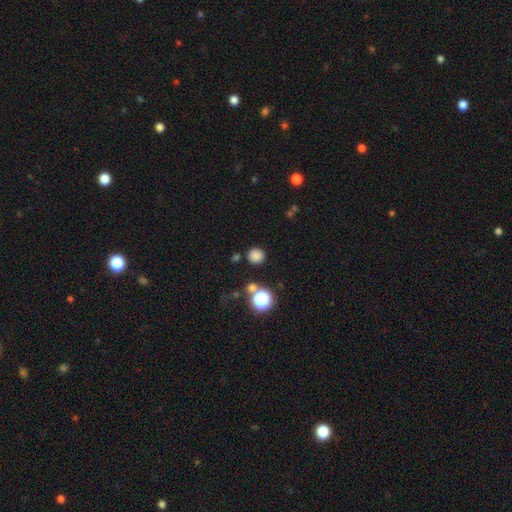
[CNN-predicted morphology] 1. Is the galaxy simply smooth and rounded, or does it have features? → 80% smooth, 16% star or artifact, 5% featured or disk.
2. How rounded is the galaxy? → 89% round, 10% in between, 1% cigar-shaped.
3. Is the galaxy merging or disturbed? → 83% none, 8% minor disturbance, 5% merger, 3% major disturbance.